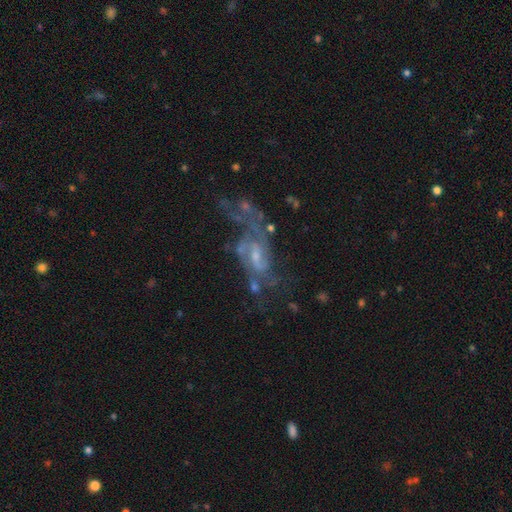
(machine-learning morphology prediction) This is likely a featured or disk galaxy (79%). It is clearly not viewed edge-on (94%). Bar: possibly weak (49%). Spiral arm pattern: clearly yes (85%). Spiral arm count: possibly 2 (47%). Spiral winding: marginally medium (43%). Central bulge: possibly small (54%). Merging: marginally none (42%).